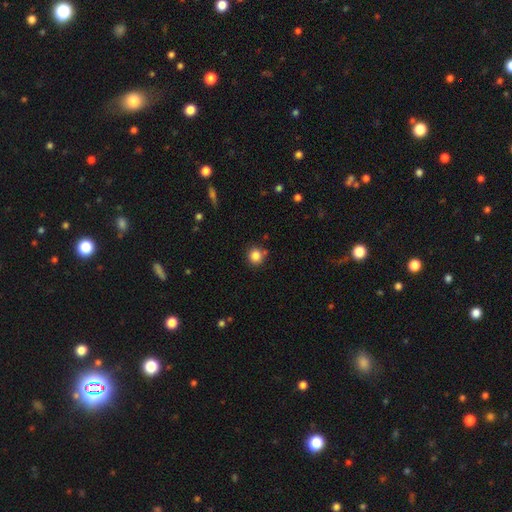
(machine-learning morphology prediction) A smooth galaxy with no disk features (85%) that is round (91%).

Vote fractions:
- Smooth or featured? smooth: 85% / star or artifact: 11% / featured or disk: 4%
- How rounded? round: 91% / in between: 8% / cigar-shaped: 1%
- Merging? none: 81% / minor disturbance: 10% / merger: 6% / major disturbance: 3%